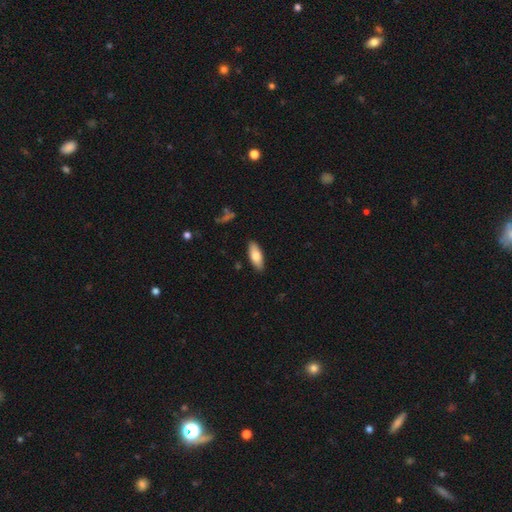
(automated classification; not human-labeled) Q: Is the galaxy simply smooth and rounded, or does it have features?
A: smooth — 78%.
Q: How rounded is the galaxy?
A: in between — 75%.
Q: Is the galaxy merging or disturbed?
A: none — 88%.